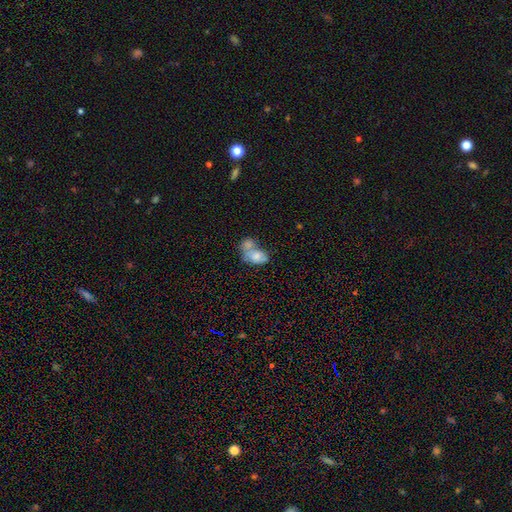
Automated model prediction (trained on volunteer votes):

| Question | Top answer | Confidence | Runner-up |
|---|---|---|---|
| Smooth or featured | smooth | 69% | featured or disk (23%) |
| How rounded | in between | 83% | round (15%) |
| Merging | merger | 65% | none (16%) |